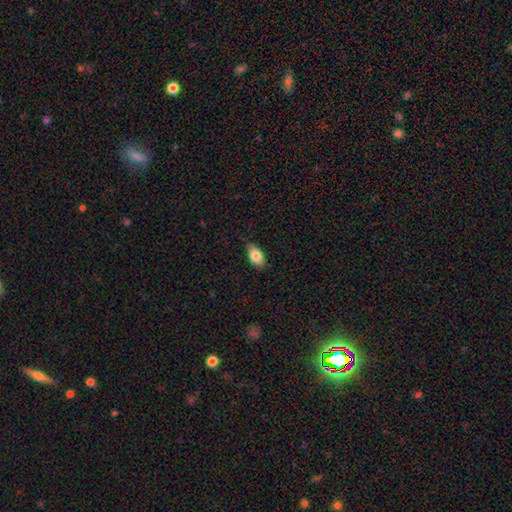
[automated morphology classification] This appears to be a smooth galaxy with no disk features (82%) that is in between round and cigar-shaped (91%). Merging: none (83%).